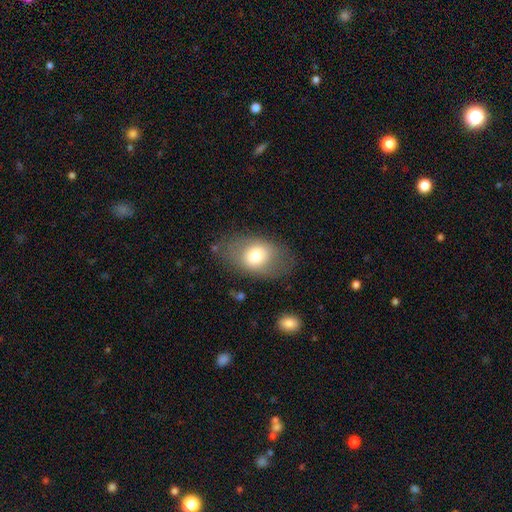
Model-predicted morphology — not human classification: Smooth or featured? Predicted: smooth (p=0.69). How rounded? Predicted: in between (p=0.81). Merging? Predicted: none (p=0.73).